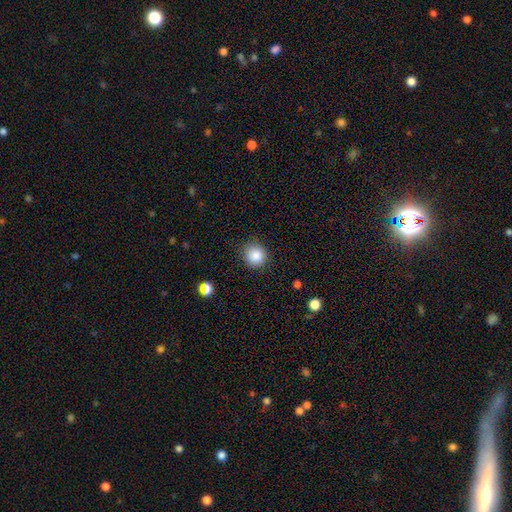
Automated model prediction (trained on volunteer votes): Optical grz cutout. It shows a smooth galaxy with no disk features (86%) that is round (91%). Merging: none (88%).